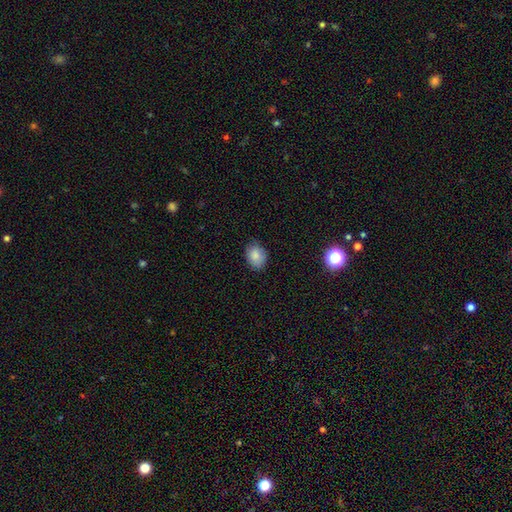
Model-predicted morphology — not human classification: Smooth or featured? Predicted: smooth (p=0.85). How rounded? Predicted: in between (p=0.57). Merging? Predicted: none (p=0.78).